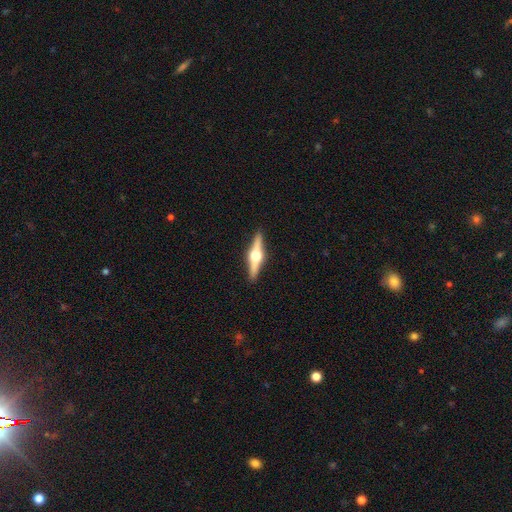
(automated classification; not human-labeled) featured or disk 80%, smooth 15%, star or artifact 5%. Down the decision tree: edge-on disk — yes (98%); edge-on bulge — rounded (97%); merging — none (92%).